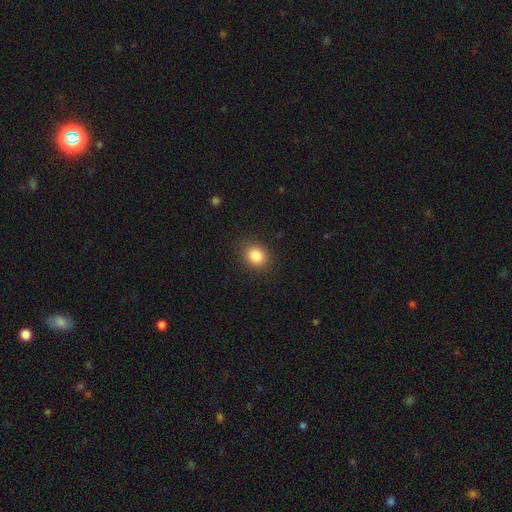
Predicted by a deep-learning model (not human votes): Q: Smooth or featured?
A: smooth (86%); runner-up: star or artifact (10%)
Q: How rounded?
A: round (65%); runner-up: in between (34%)
Q: Merging?
A: none (88%); runner-up: minor disturbance (8%)